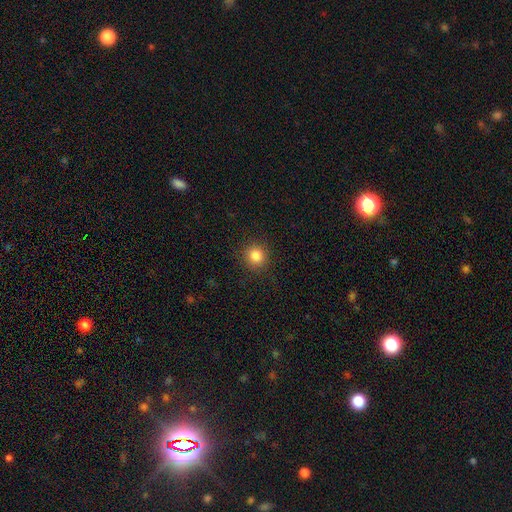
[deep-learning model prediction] smooth_or_featured: smooth (p=0.84) [alt: star or artifact p=0.11]
how_rounded: round (p=0.91) [alt: in between p=0.08]
merging: none (p=0.90) [alt: minor disturbance p=0.06]